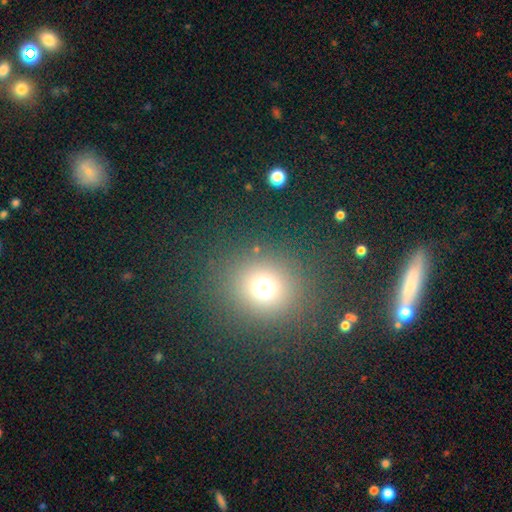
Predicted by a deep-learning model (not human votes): Smooth or featured?
  - smooth: 63% *
  - star or artifact: 28%
  - featured or disk: 9%
How rounded?
  - round: 82% *
  - in between: 16%
  - cigar-shaped: 2%
Merging?
  - none: 88% *
  - minor disturbance: 7%
  - major disturbance: 3%
  - merger: 3%